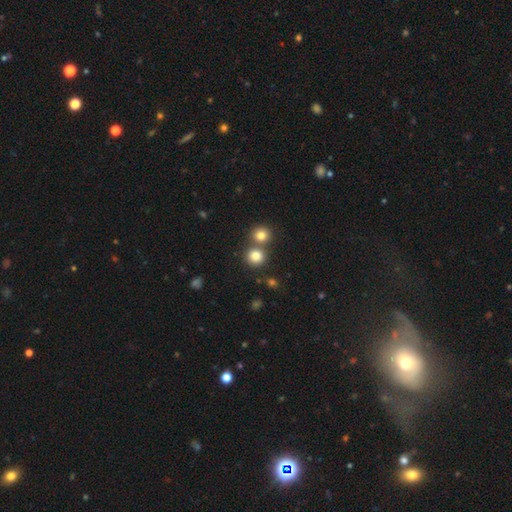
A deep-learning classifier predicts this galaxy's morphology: Smooth or featured? Predicted: smooth (p=0.82). How rounded? Predicted: round (p=0.87). Merging? Predicted: none (p=0.62).